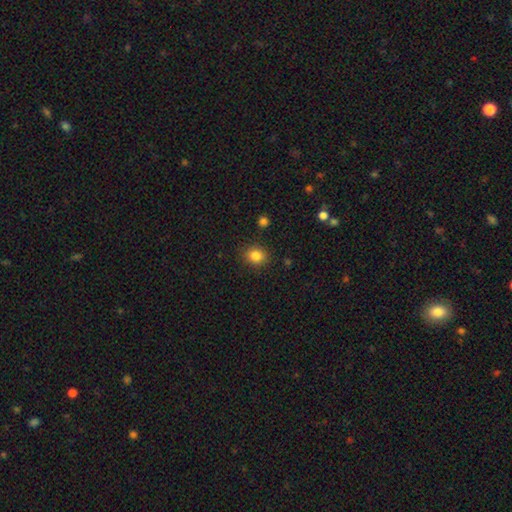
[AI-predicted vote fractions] A smooth galaxy with no disk features (84%) that is round (65%).

Vote fractions:
- Smooth or featured? smooth: 84% / star or artifact: 11% / featured or disk: 5%
- How rounded? round: 65% / in between: 34% / cigar-shaped: 1%
- Merging? none: 86% / minor disturbance: 9% / major disturbance: 3% / merger: 2%